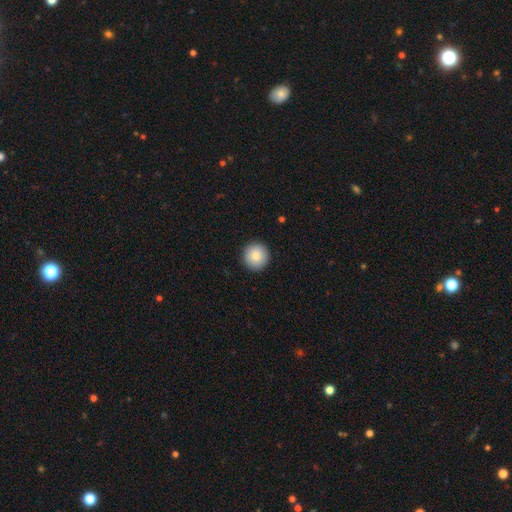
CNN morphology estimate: smooth_or_featured: smooth (p=0.83) [alt: featured or disk p=0.09]
how_rounded: round (p=0.96) [alt: in between p=0.03]
merging: none (p=0.93) [alt: minor disturbance p=0.05]